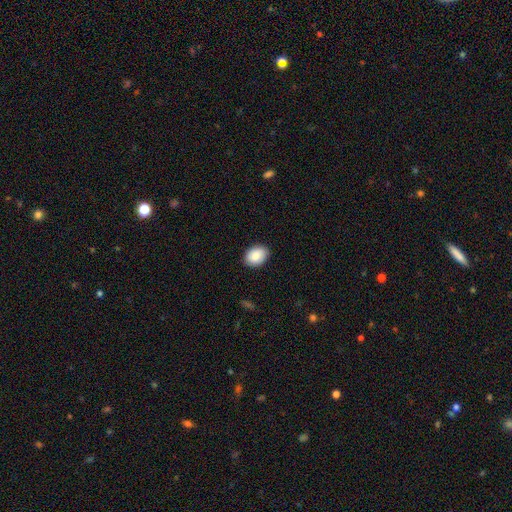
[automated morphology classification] type=smooth (86%); roundness=in between (75%); merging=none (87%).